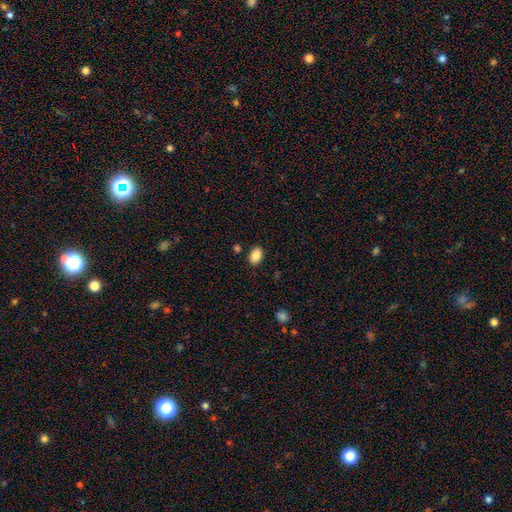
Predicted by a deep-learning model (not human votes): Overall: smooth (87%). How rounded: in between (87%). Merging: none (86%).